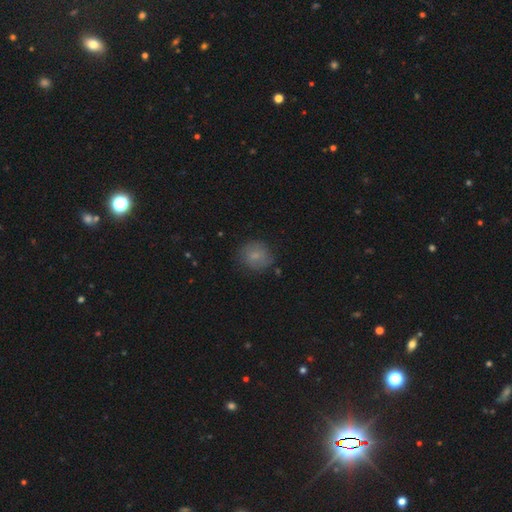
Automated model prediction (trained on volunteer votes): Q: Smooth or featured?
A: smooth (77%); runner-up: featured or disk (14%)
Q: How rounded?
A: round (84%); runner-up: in between (15%)
Q: Merging?
A: none (79%); runner-up: minor disturbance (15%)